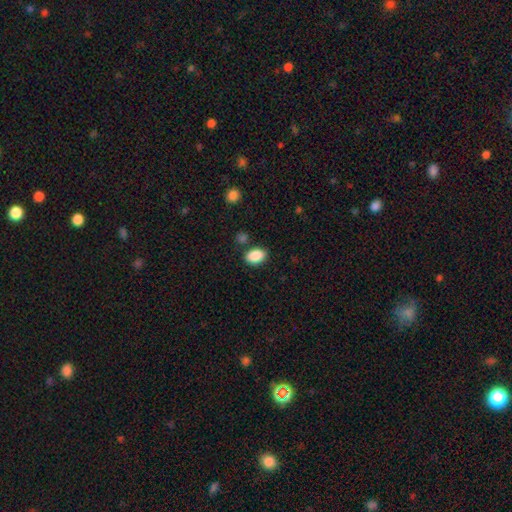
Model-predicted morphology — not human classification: This appears to be a smooth galaxy with no disk features (89%) that is in between round and cigar-shaped (85%). Merging: none (81%).